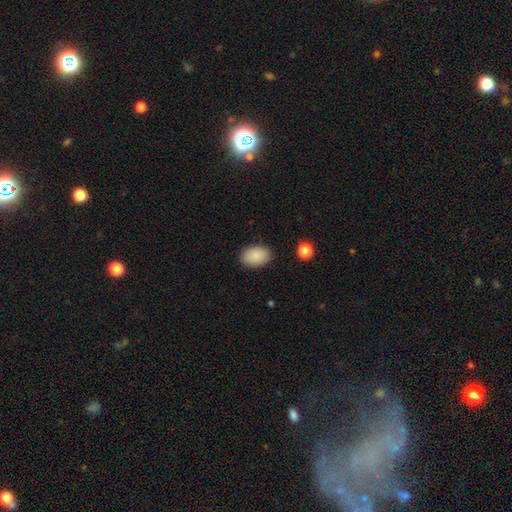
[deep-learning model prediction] Morphology: type=smooth (89%); roundness=in between (87%); merging=none (88%).